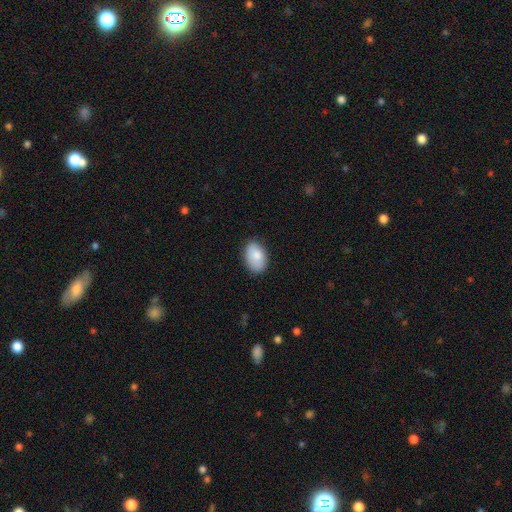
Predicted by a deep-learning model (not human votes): This is clearly a smooth galaxy (84%). How rounded: clearly in between (89%). Merging: clearly none (81%).